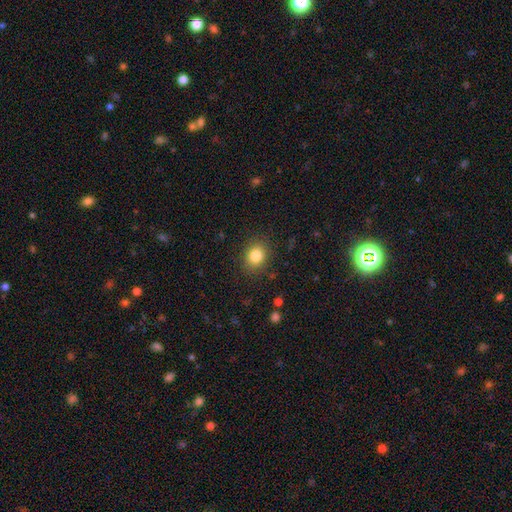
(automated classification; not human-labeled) Smooth or featured?
  - smooth: 84% *
  - star or artifact: 10%
  - featured or disk: 6%
How rounded?
  - round: 60% *
  - in between: 39%
  - cigar-shaped: 1%
Merging?
  - none: 86% *
  - minor disturbance: 9%
  - major disturbance: 3%
  - merger: 1%